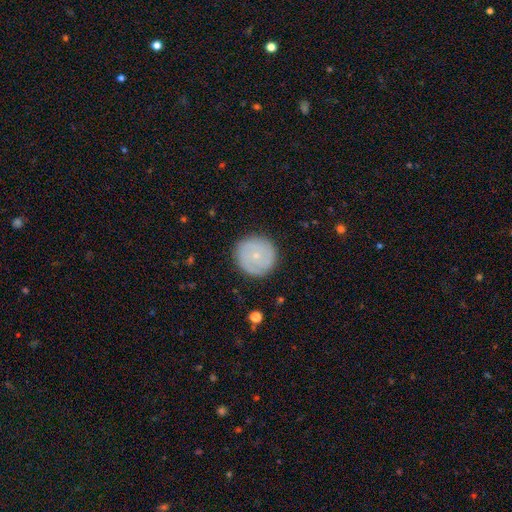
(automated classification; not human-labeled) smooth-or-featured: smooth: 49% | featured or disk: 44% | star or artifact: 7%
  merging: none: 87% | minor disturbance: 9% | major disturbance: 3% | merger: 1%